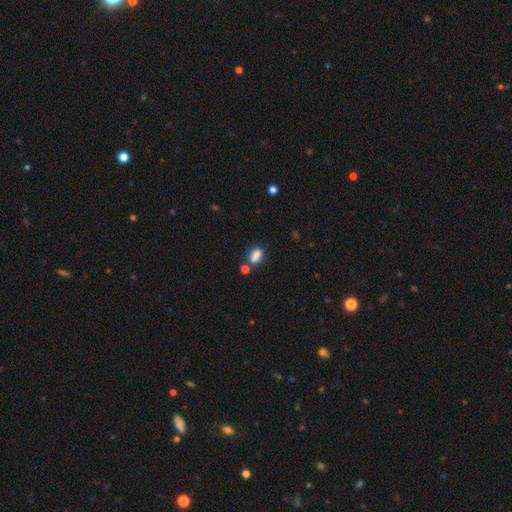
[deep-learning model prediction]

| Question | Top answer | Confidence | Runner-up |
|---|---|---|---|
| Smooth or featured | smooth | 82% | star or artifact (11%) |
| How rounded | in between | 79% | round (16%) |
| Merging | none | 57% | merger (23%) |